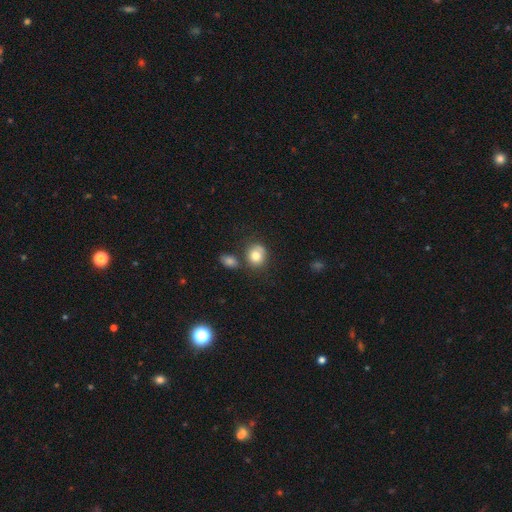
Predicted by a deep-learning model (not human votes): Smooth or featured? Predicted: smooth (p=0.80). How rounded? Predicted: round (p=0.71). Merging? Predicted: none (p=0.59).